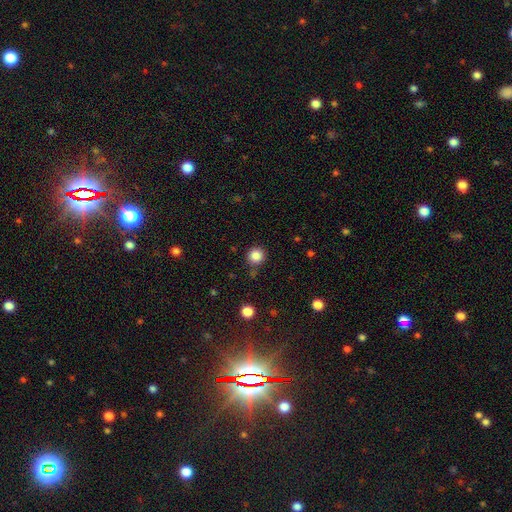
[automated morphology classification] A smooth galaxy with no disk features (85%) that is round (94%). Merging: none (81%).